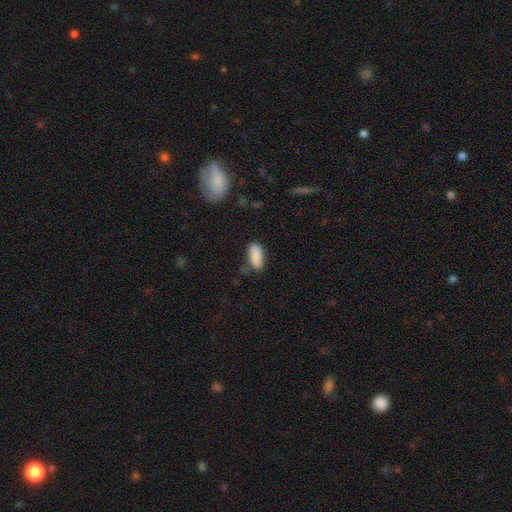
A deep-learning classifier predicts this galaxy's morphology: smooth-or-featured: smooth: 87% | star or artifact: 7% | featured or disk: 6%
  how-rounded: in between: 84% | cigar-shaped: 14% | round: 2%
  merging: none: 66% | minor disturbance: 24% | major disturbance: 6% | merger: 3%